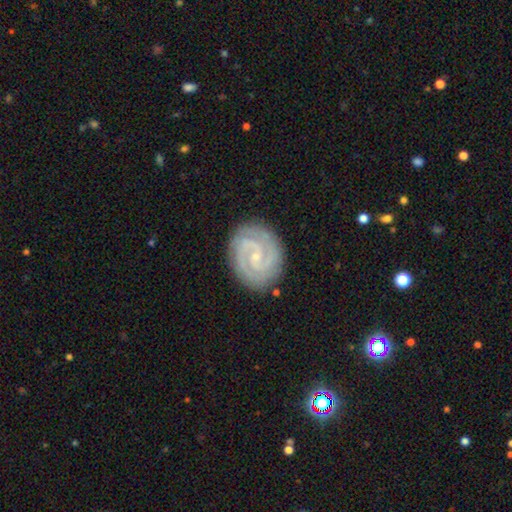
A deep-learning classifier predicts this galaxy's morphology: Smooth or featured: featured or disk — 90% (smooth — 5%)
Edge-on disk: no — 98% (yes — 2%)
Bar: no — 47% (weak — 41%)
Spiral arms: yes — 98% (no — 2%)
Spiral winding: tight — 64% (medium — 32%)
Spiral arm count: 2 — 82% (3 — 8%)
Bulge size: small — 80% (moderate — 15%)
Merging: none — 86% (minor disturbance — 10%)